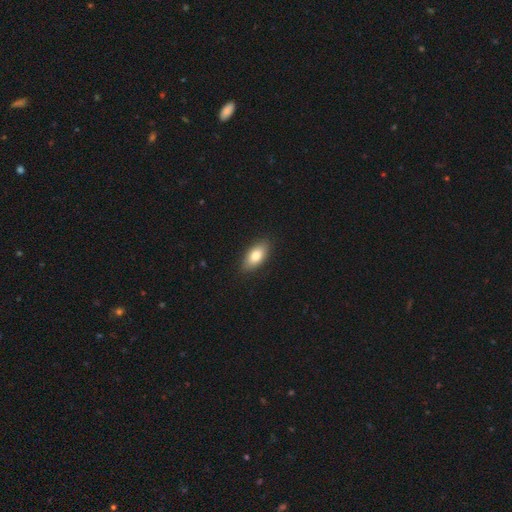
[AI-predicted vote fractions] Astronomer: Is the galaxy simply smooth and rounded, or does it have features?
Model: smooth — 81%.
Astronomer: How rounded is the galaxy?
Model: in between — 91%.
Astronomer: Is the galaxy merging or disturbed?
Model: none — 87%.